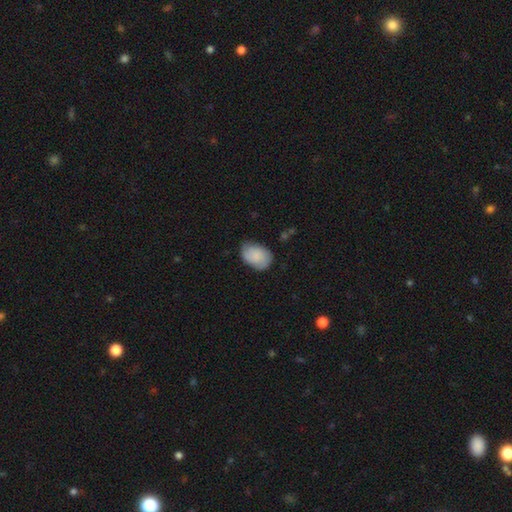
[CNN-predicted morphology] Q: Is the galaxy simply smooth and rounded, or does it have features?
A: smooth — 77%.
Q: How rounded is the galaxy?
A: in between — 83%.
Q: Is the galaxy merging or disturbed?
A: none — 65%.